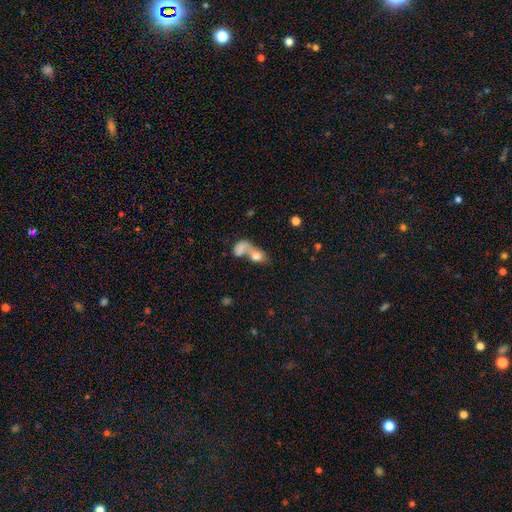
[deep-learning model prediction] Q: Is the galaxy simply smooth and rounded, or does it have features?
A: smooth — 72%.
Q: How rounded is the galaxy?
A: in between — 65%.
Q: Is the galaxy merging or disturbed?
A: merger — 69%.